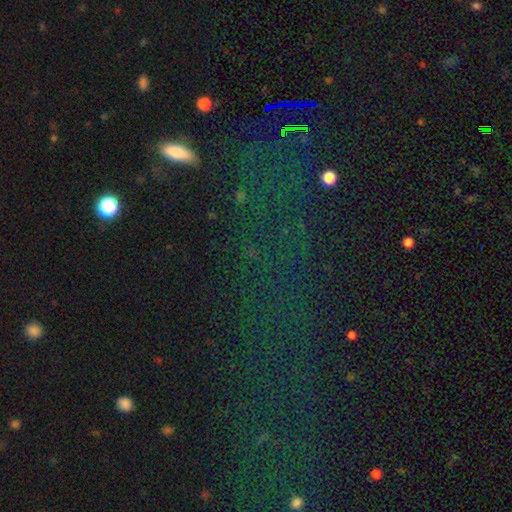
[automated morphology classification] Smooth or featured: star or artifact — 69% (smooth — 19%)